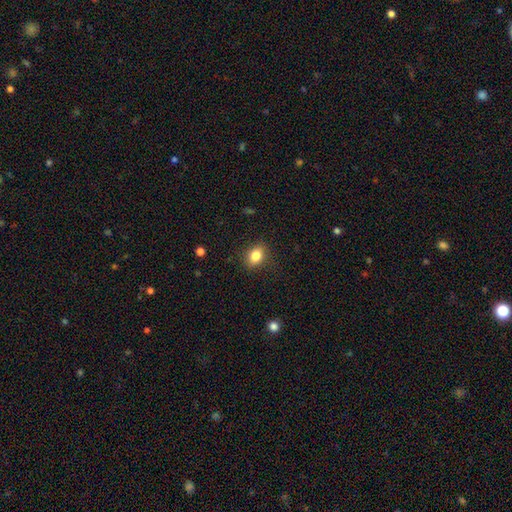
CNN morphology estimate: A smooth galaxy with no disk features (83%) that is in between round and cigar-shaped (66%). Merging: none (85%).